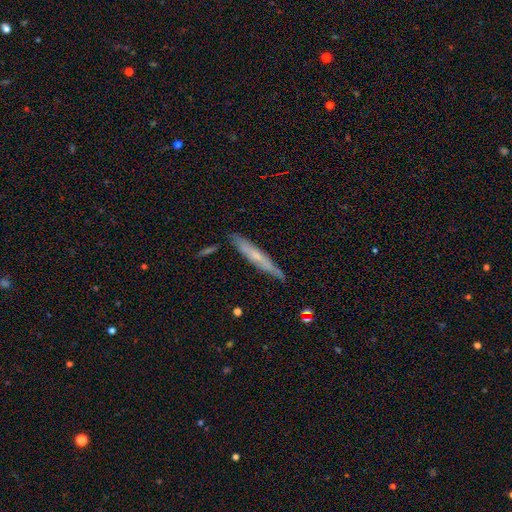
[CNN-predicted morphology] smooth_or_featured: smooth (p=0.47) [tied with: featured or disk p=0.47]
merging: none (p=0.80) [alt: minor disturbance p=0.15]